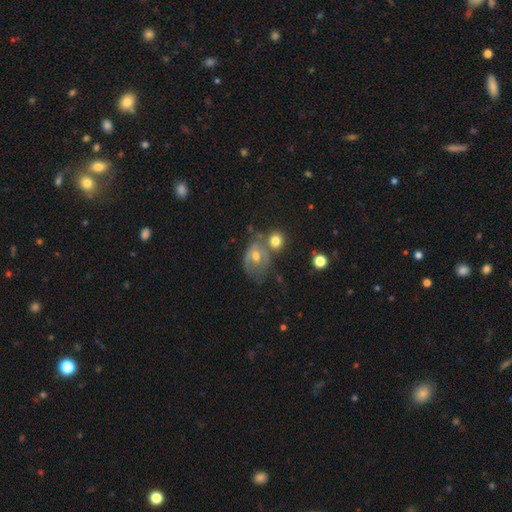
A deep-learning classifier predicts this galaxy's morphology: Overall: featured or disk (52%; smooth 38%). Edge-on disk: no (95%). Merging: none (34%; merger 28%).